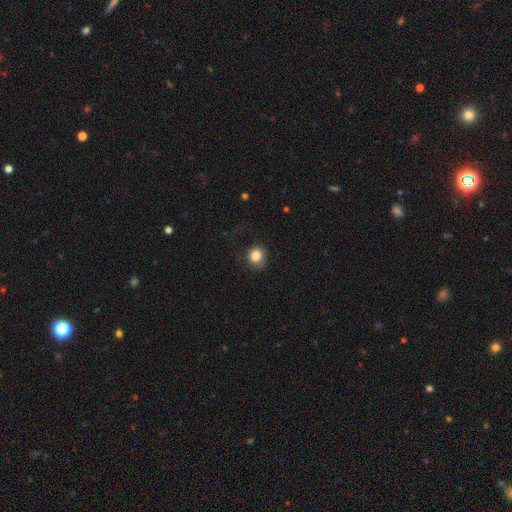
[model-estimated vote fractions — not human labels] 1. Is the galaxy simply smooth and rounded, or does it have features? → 84% smooth, 10% star or artifact, 5% featured or disk.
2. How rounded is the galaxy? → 82% round, 17% in between, 1% cigar-shaped.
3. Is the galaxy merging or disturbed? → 75% none, 16% minor disturbance, 7% major disturbance, 1% merger.